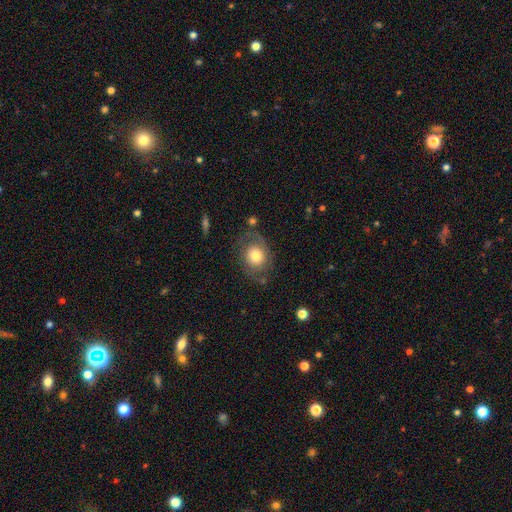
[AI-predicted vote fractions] This is possibly a smooth galaxy (53%). How rounded: possibly round (57%). Merging: likely none (65%).